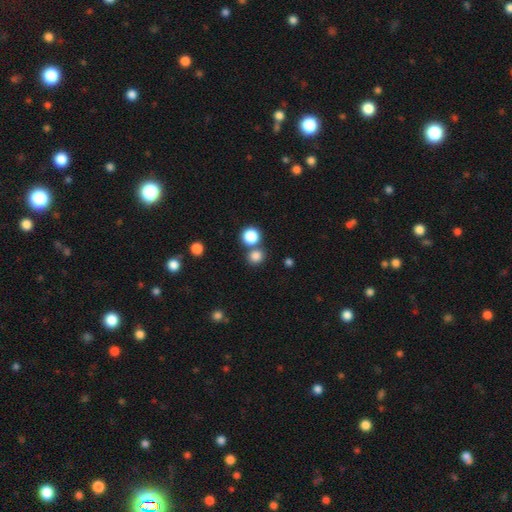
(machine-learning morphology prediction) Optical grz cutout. It shows a smooth galaxy with no disk features (82%) that is round (84%). Merging: none (65%).